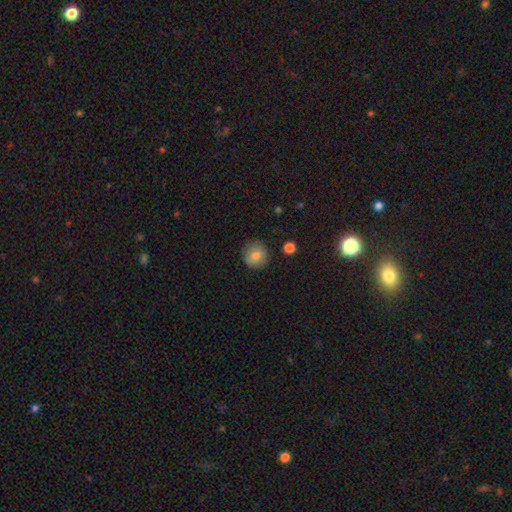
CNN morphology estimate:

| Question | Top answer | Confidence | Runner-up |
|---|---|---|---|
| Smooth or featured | smooth | 82% | featured or disk (10%) |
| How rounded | round | 89% | in between (10%) |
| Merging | none | 82% | minor disturbance (13%) |